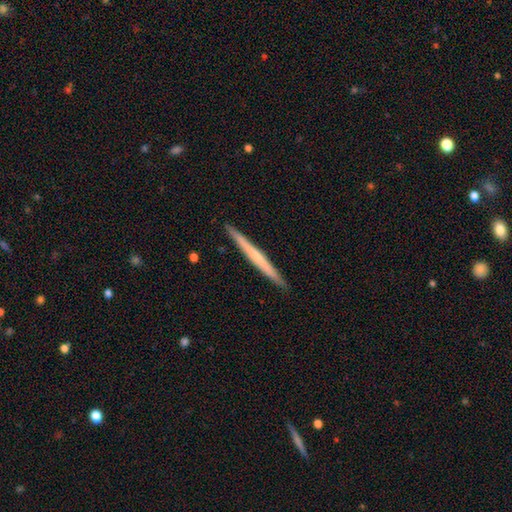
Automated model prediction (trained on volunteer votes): Smooth or featured: featured or disk — 48% (smooth — 47%)
Merging: none — 92% (minor disturbance — 6%)